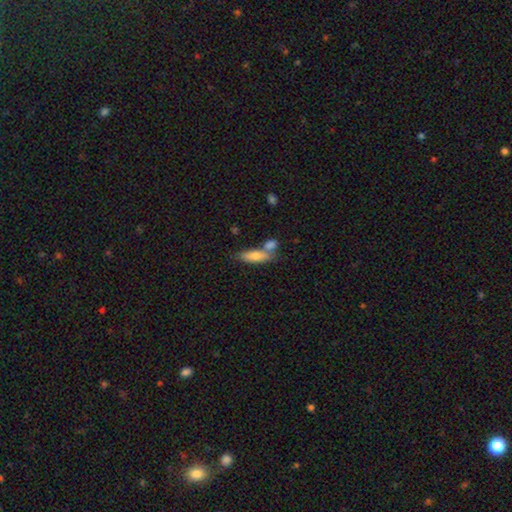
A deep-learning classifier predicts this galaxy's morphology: This appears to be a smooth galaxy with no disk features (73%) that is in between round and cigar-shaped (51%). Merging: none (48%).